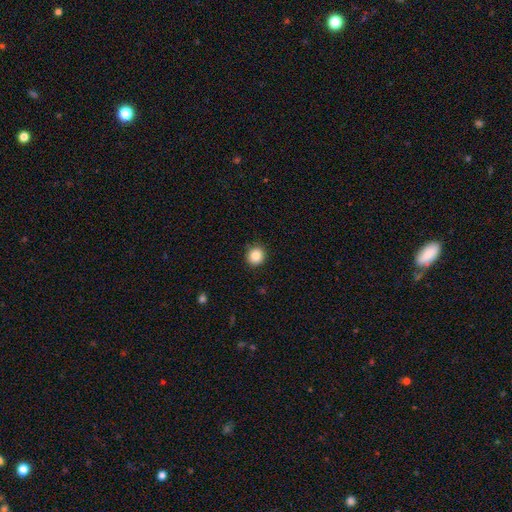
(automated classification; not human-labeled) This appears to be a smooth galaxy with no disk features (86%) that is round (91%). Merging: none (91%).